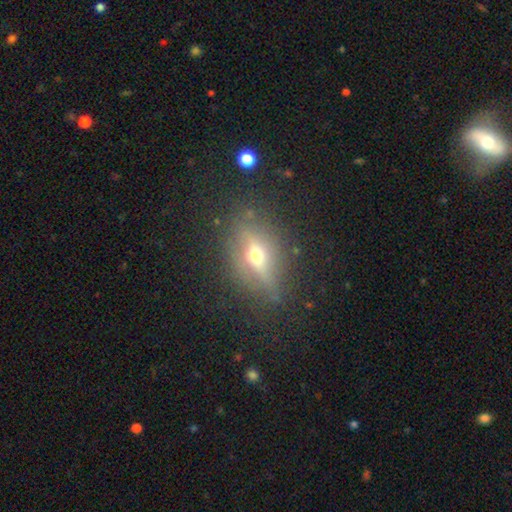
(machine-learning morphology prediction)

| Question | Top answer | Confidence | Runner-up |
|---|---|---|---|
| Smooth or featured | featured or disk | 60% | smooth (28%) |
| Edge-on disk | yes | 75% | no (25%) |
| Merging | none | 79% | minor disturbance (14%) |